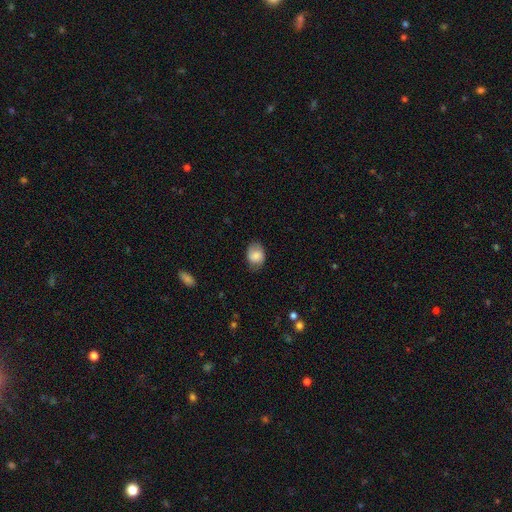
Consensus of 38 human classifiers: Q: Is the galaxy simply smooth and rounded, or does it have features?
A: smooth — 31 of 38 (82%).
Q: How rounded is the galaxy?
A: in between — 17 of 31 (55%).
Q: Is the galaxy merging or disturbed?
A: none — 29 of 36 (81%).